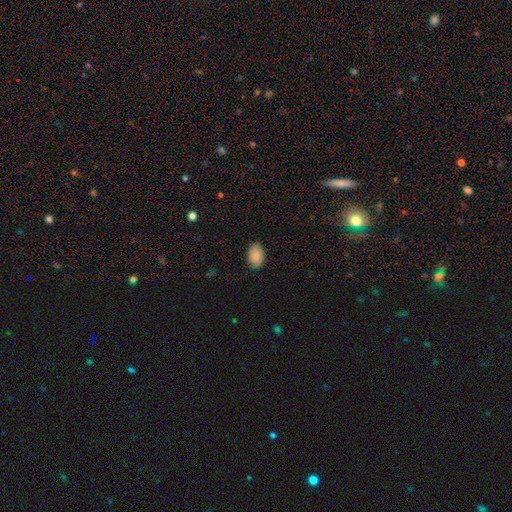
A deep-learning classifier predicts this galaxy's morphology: smooth_or_featured: smooth (p=0.87) [alt: star or artifact p=0.07]
how_rounded: in between (p=0.87) [alt: round p=0.12]
merging: none (p=0.84) [alt: minor disturbance p=0.13]